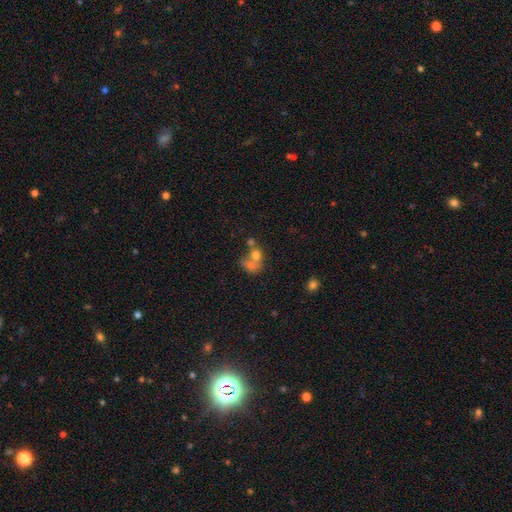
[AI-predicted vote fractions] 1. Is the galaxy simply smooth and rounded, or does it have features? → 69% smooth, 19% featured or disk, 12% star or artifact.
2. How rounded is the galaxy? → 54% round, 45% in between, 1% cigar-shaped.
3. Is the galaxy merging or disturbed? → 65% merger, 22% none, 7% minor disturbance, 6% major disturbance.